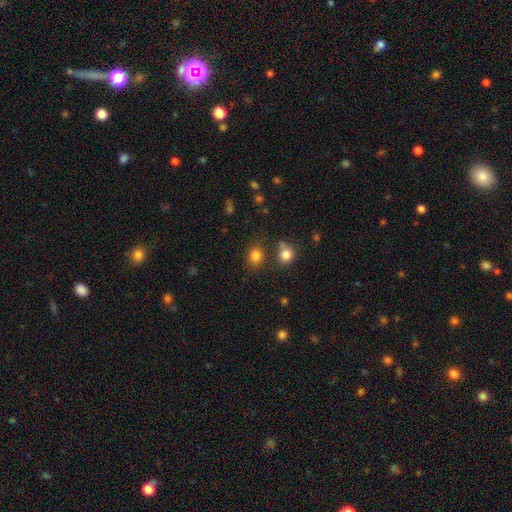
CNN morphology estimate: smooth-or-featured: smooth: 82% | star or artifact: 13% | featured or disk: 5%
  how-rounded: round: 72% | in between: 27% | cigar-shaped: 1%
  merging: none: 75% | minor disturbance: 11% | merger: 10% | major disturbance: 4%